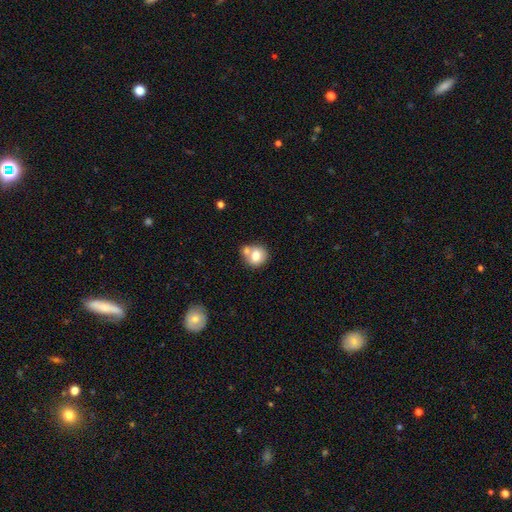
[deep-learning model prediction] A smooth galaxy with no disk features (75%) that is round (81%). Merging: none (47%).